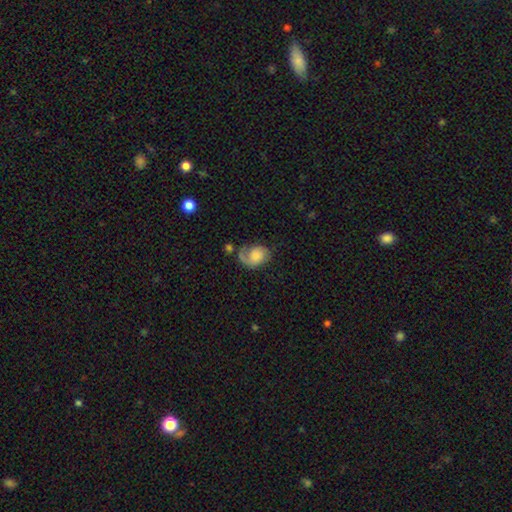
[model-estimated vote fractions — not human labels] Smooth or featured? Predicted: featured or disk (p=0.49). Merging? Predicted: none (p=0.42).